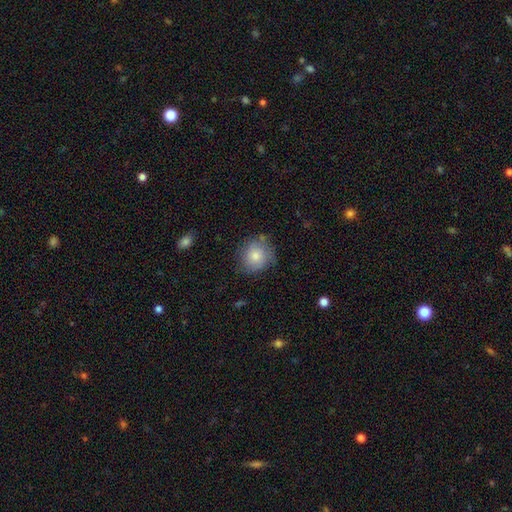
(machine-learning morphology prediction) This is likely a smooth galaxy (80%). How rounded: clearly round (86%). Merging: likely none (71%).